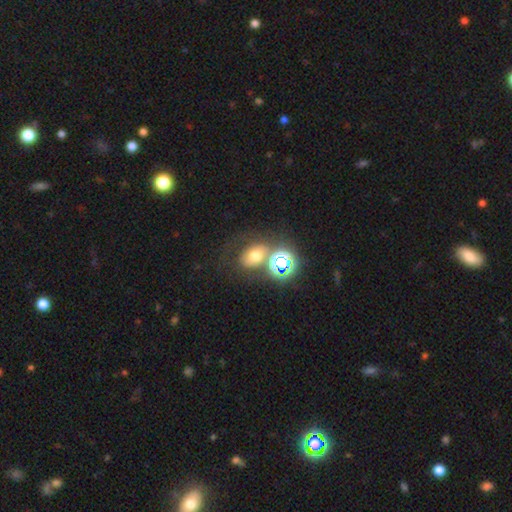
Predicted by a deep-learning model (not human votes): Smooth or featured? smooth (52%)
How rounded? in between (58%)
Merging? none (47%)